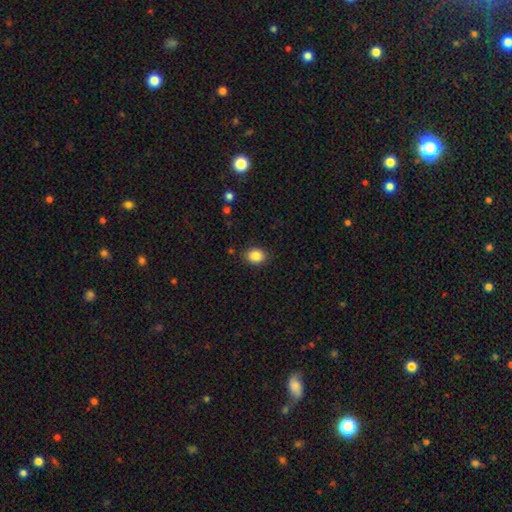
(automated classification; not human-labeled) The model was most divided on "how rounded": round: 50%, in between: 49%, cigar-shaped: 1%. More confident: merging — none (88%); smooth or featured — smooth (86%).